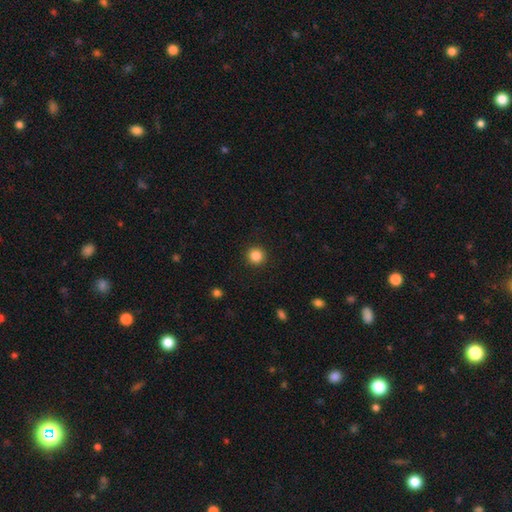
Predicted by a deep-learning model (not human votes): The model was most divided on "smooth or featured": smooth: 85%, star or artifact: 11%, featured or disk: 4%. More confident: how rounded — round (96%); merging — none (93%).